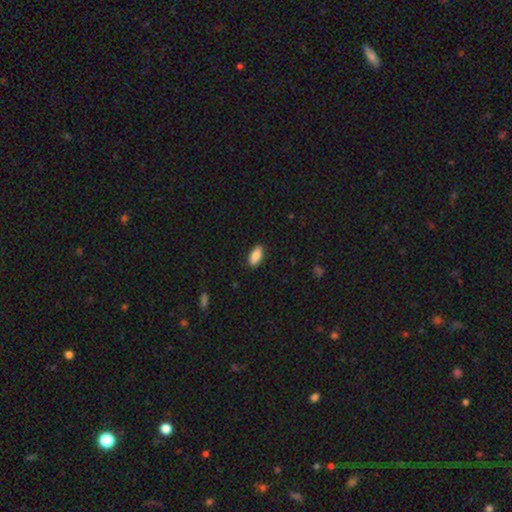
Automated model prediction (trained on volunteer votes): Smooth or featured: smooth — 85% (featured or disk — 8%)
How rounded: in between — 92% (cigar-shaped — 6%)
Merging: none — 89% (minor disturbance — 8%)